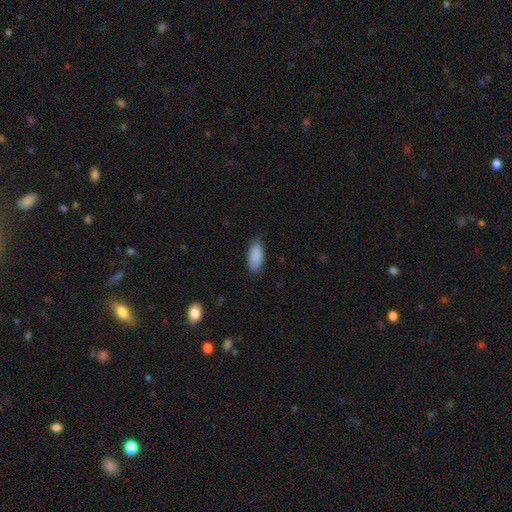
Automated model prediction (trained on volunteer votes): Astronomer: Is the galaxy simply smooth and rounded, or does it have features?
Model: smooth — 89%.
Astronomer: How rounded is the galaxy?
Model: in between — 87%.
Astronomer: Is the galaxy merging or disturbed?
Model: none — 81%.